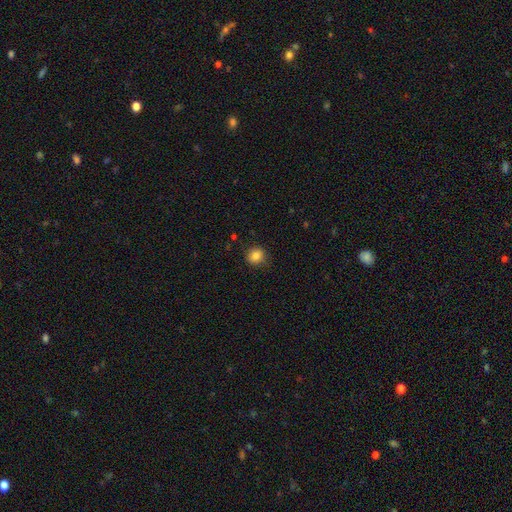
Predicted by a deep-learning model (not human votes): Smooth or featured?
  - smooth: 85% *
  - star or artifact: 11%
  - featured or disk: 5%
How rounded?
  - round: 86% *
  - in between: 13%
  - cigar-shaped: 1%
Merging?
  - none: 87% *
  - minor disturbance: 9%
  - major disturbance: 3%
  - merger: 1%